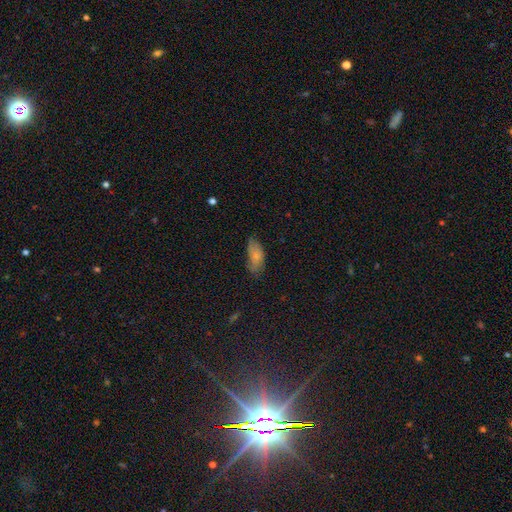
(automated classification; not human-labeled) A smooth galaxy with no disk features (75%) that is in between round and cigar-shaped (88%).

Vote fractions:
- Smooth or featured? smooth: 75% / featured or disk: 17% / star or artifact: 8%
- How rounded? in between: 88% / cigar-shaped: 9% / round: 3%
- Merging? none: 56% / minor disturbance: 33% / major disturbance: 9% / merger: 2%